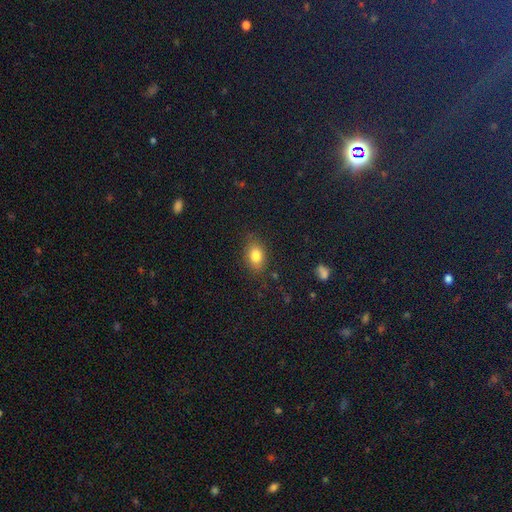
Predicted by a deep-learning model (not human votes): smooth 80%, star or artifact 11%, featured or disk 9%. Down the decision tree: how rounded — in between (76%); merging — none (81%).